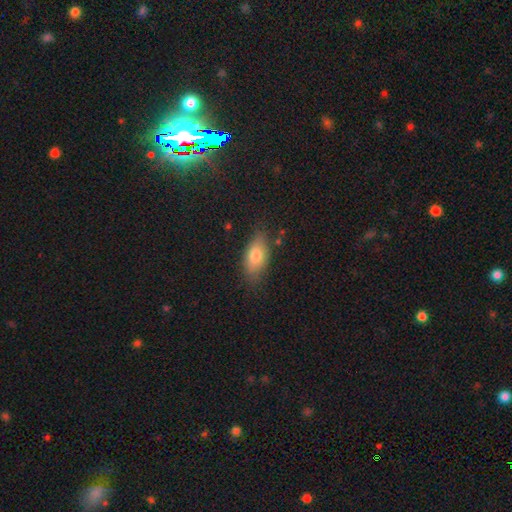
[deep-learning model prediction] A smooth galaxy with no disk features (77%) that is in between round and cigar-shaped (87%).

Vote fractions:
- Smooth or featured? smooth: 77% / featured or disk: 15% / star or artifact: 8%
- How rounded? in between: 87% / cigar-shaped: 8% / round: 5%
- Merging? none: 76% / minor disturbance: 18% / major disturbance: 4% / merger: 2%